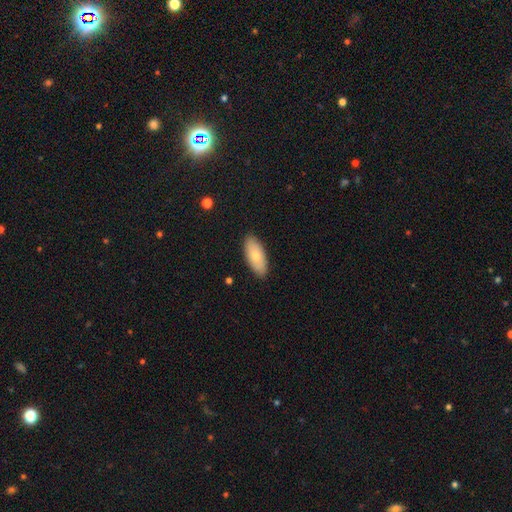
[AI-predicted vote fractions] smooth_or_featured: smooth (p=0.75) [alt: featured or disk p=0.19]
how_rounded: in between (p=0.87) [alt: cigar-shaped p=0.10]
merging: none (p=0.88) [alt: minor disturbance p=0.09]